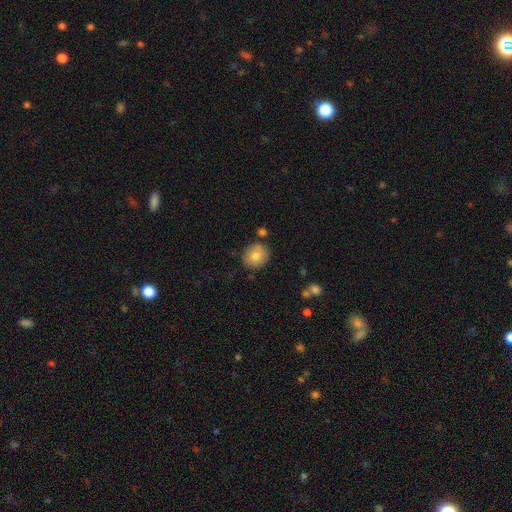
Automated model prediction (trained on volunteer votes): Smooth or featured: smooth — 80% (featured or disk — 11%)
How rounded: round — 78% (in between — 21%)
Merging: none — 83% (minor disturbance — 11%)